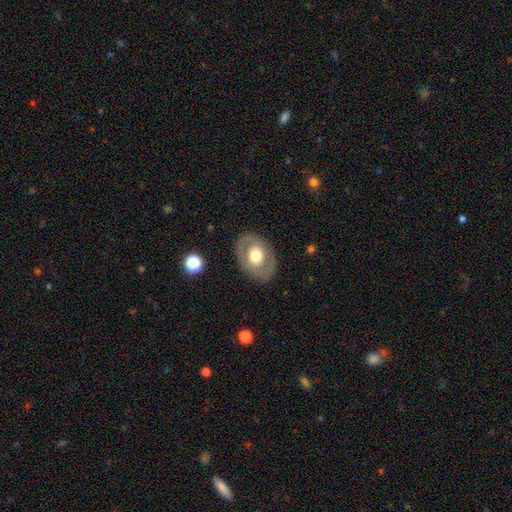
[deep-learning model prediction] Overall: smooth (47%, tied with featured or disk). Merging: none (83%).